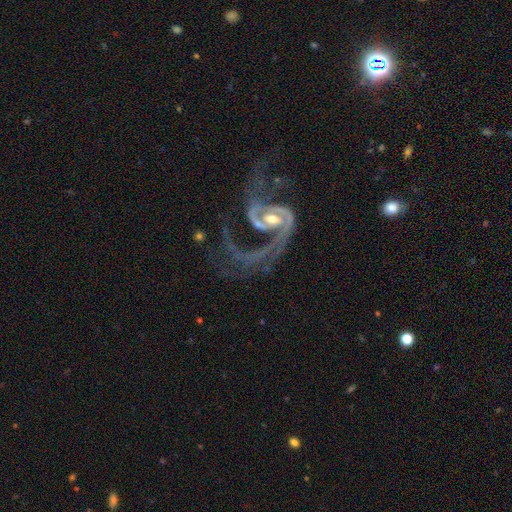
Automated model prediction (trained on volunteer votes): Q: Smooth or featured?
A: featured or disk (90%); runner-up: star or artifact (6%)
Q: Edge-on disk?
A: no (98%); runner-up: yes (2%)
Q: Bar?
A: no (44%); runner-up: weak (38%)
Q: Spiral arms?
A: yes (97%); runner-up: no (3%)
Q: Spiral winding?
A: medium (47%); runner-up: loose (42%)
Q: Spiral arm count?
A: 2 (78%); runner-up: 1 (6%)
Q: Bulge size?
A: small (54%); runner-up: moderate (38%)
Q: Merging?
A: none (42%); runner-up: major disturbance (35%)